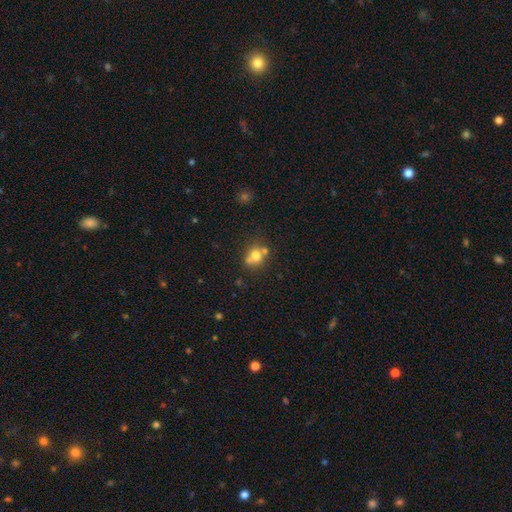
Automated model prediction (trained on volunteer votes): Smooth or featured?
  - smooth: 69% *
  - featured or disk: 17%
  - star or artifact: 14%
How rounded?
  - round: 78% *
  - in between: 22%
  - cigar-shaped: 1%
Merging?
  - none: 49% *
  - merger: 37%
  - minor disturbance: 10%
  - major disturbance: 4%